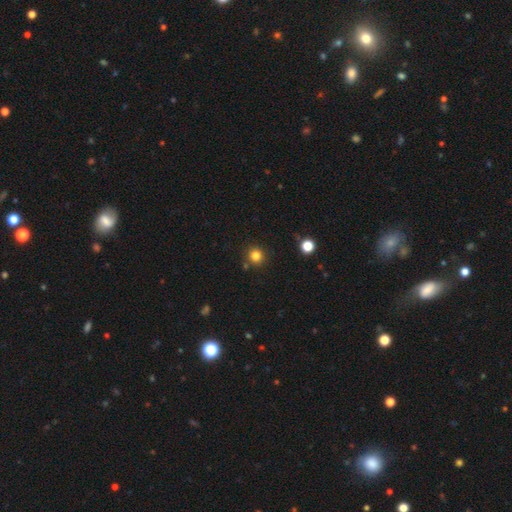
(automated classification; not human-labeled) This appears to be a smooth galaxy with no disk features (82%) that is round (92%). Merging: none (85%).